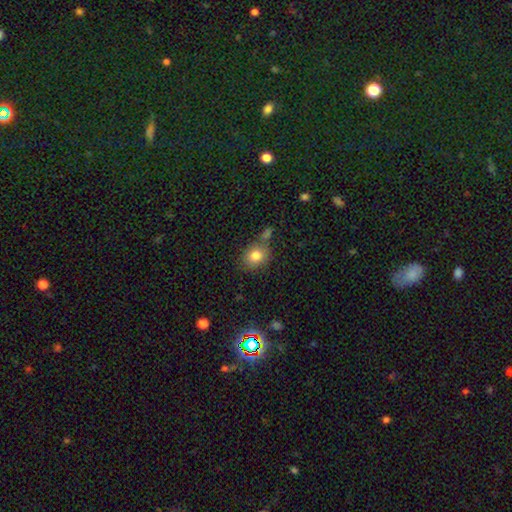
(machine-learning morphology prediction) This appears to be a smooth galaxy with no disk features (81%) that is round (61%). Merging: none (66%).